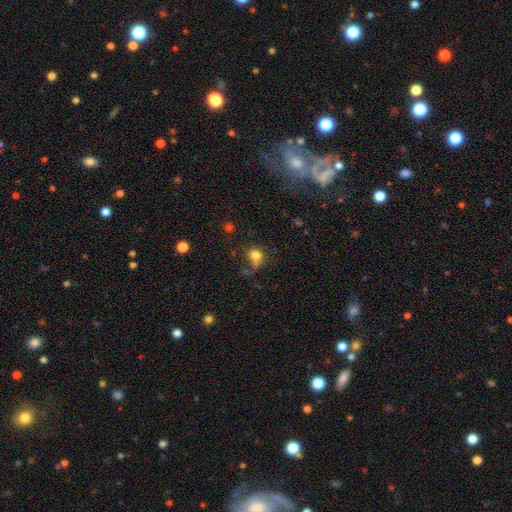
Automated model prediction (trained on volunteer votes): smooth 74%, featured or disk 13%, star or artifact 12%. Down the decision tree: how rounded — round (62%); merging — none (40%).